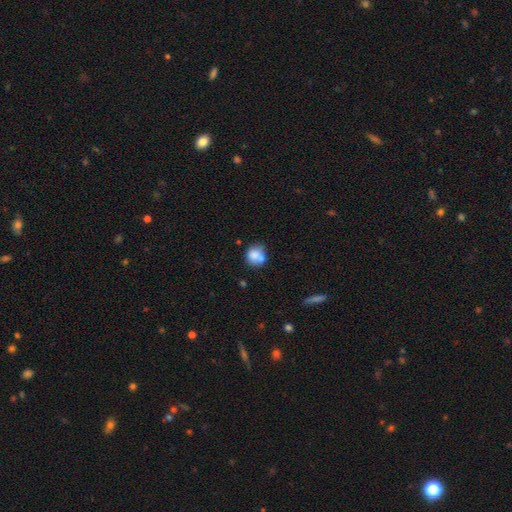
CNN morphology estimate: Q: Smooth or featured?
A: smooth (76%); runner-up: featured or disk (15%)
Q: How rounded?
A: round (76%); runner-up: in between (23%)
Q: Merging?
A: none (48%); runner-up: merger (27%)